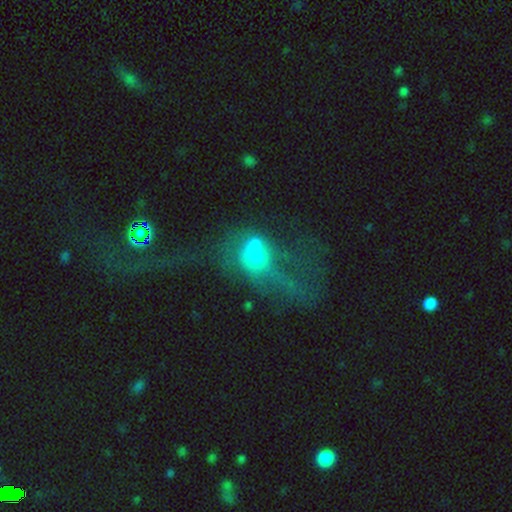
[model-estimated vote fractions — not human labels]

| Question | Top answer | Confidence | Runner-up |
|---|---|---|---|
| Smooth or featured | smooth | 47% | featured or disk (37%) |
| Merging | merger | 36% | tied: major disturbance (36%) |